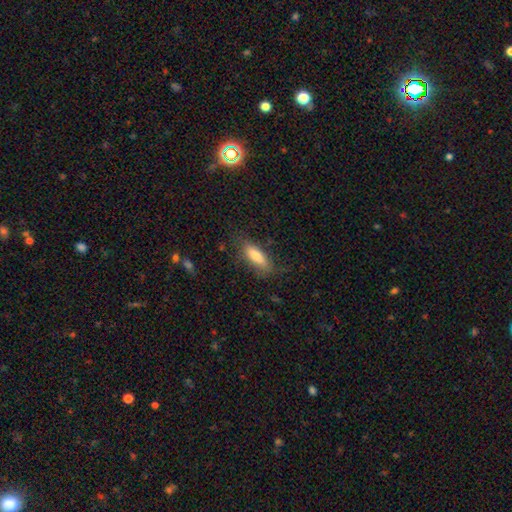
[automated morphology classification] The model was most divided on "how rounded": in between: 57%, cigar-shaped: 41%, round: 2%. More confident: smooth or featured — smooth (77%); merging — none (74%).